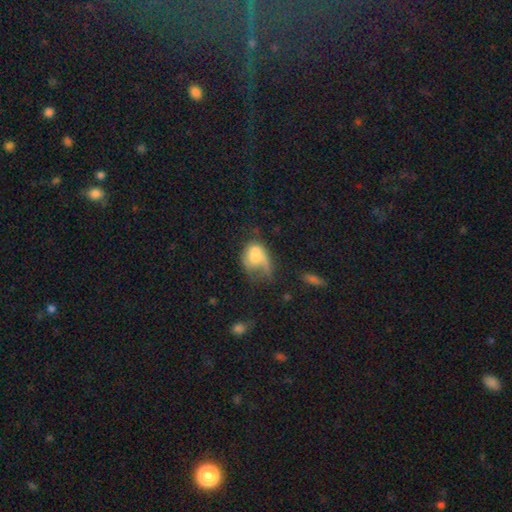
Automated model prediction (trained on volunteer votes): Smooth or featured? Predicted: smooth (p=0.54). How rounded? Predicted: in between (p=0.70). Merging? Predicted: major disturbance (p=0.41).